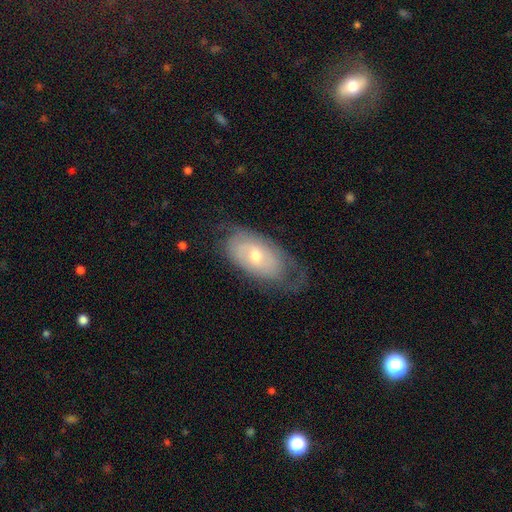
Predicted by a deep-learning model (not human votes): Q: Smooth or featured?
A: featured or disk (58%); runner-up: smooth (35%)
Q: Edge-on disk?
A: no (90%); runner-up: yes (10%)
Q: Bar?
A: no (71%); runner-up: weak (24%)
Q: Spiral arms?
A: yes (64%); runner-up: no (36%)
Q: Bulge size?
A: moderate (56%); runner-up: small (39%)
Q: Merging?
A: none (55%); runner-up: minor disturbance (27%)